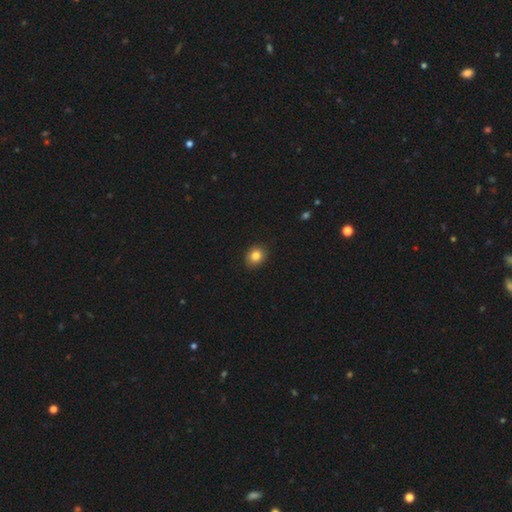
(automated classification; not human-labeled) Smooth or featured? Predicted: smooth (p=0.84). How rounded? Predicted: round (p=0.56). Merging? Predicted: none (p=0.87).